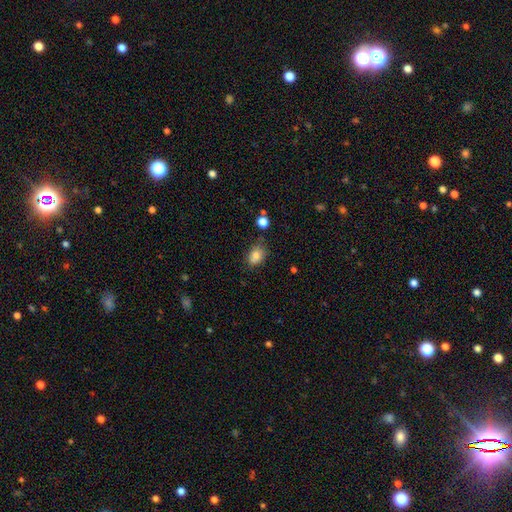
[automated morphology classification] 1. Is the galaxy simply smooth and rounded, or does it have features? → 82% smooth, 10% star or artifact, 9% featured or disk.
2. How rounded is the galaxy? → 72% in between, 27% round, 1% cigar-shaped.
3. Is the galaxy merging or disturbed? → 68% none, 21% minor disturbance, 5% merger, 5% major disturbance.